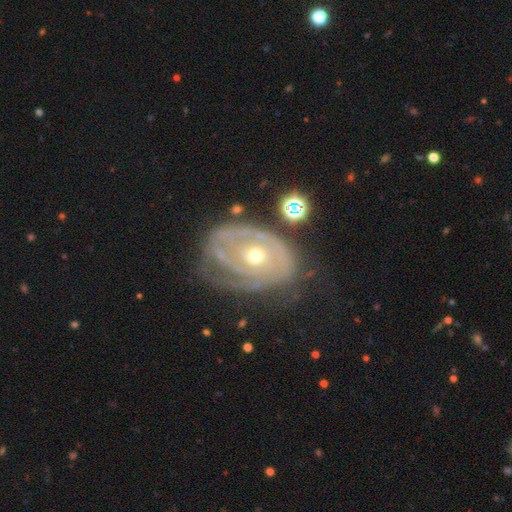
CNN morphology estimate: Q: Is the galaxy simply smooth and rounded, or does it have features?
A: featured or disk — 83%.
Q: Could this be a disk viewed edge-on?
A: no — 96%.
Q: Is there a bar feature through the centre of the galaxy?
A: no — 79%.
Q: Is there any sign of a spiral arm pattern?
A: yes — 84%.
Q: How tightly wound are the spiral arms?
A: tight — 72%.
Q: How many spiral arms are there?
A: can't tell — 41%.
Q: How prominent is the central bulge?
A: small — 49%.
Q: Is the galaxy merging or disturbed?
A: none — 53%.